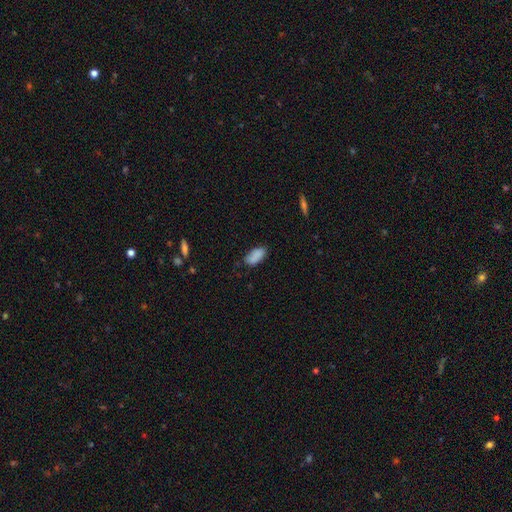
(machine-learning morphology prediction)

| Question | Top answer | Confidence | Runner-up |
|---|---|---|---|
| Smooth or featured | smooth | 86% | star or artifact (8%) |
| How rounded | in between | 92% | cigar-shaped (6%) |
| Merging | none | 72% | minor disturbance (22%) |